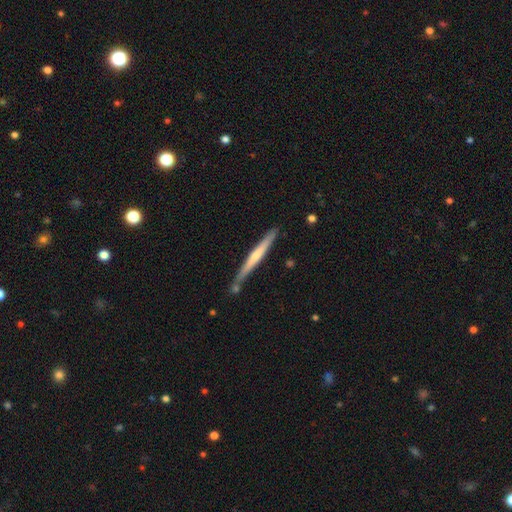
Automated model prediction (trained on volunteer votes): smooth_or_featured: featured or disk (p=0.58) [alt: smooth p=0.37]
disk_edge_on: yes (p=0.97) [alt: no p=0.03]
edge_on_bulge: none (p=0.47) [alt: rounded p=0.45]
merging: none (p=0.81) [alt: minor disturbance p=0.12]